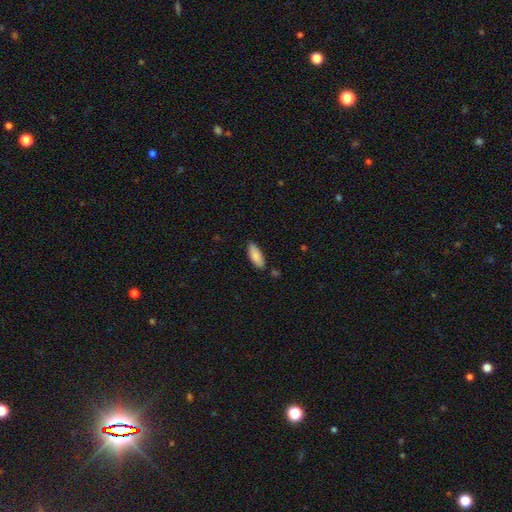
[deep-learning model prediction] The model was most divided on "how rounded": in between: 74%, cigar-shaped: 25%, round: 2%. More confident: smooth or featured — smooth (88%); merging — none (80%).